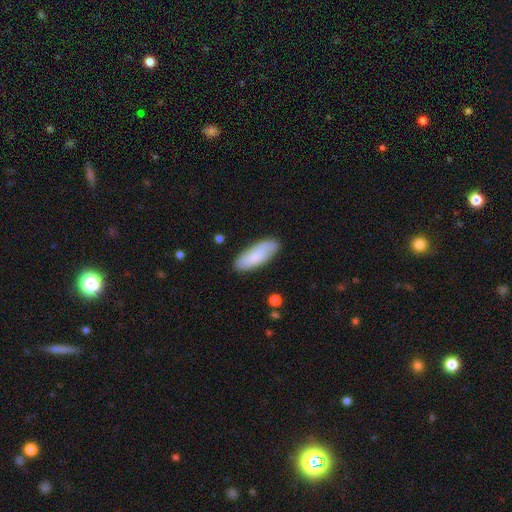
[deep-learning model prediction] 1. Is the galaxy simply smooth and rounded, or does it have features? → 82% smooth, 13% featured or disk, 6% star or artifact.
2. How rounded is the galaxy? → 67% in between, 31% cigar-shaped, 2% round.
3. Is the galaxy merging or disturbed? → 83% none, 13% minor disturbance, 2% major disturbance, 2% merger.